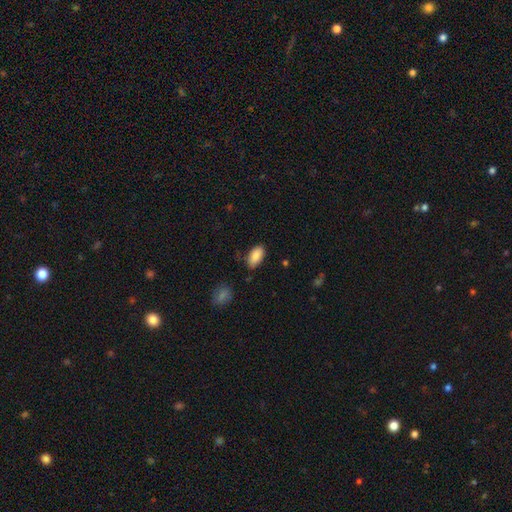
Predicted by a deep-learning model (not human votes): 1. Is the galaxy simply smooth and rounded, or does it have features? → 88% smooth, 7% star or artifact, 5% featured or disk.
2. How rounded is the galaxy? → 94% in between, 4% cigar-shaped, 3% round.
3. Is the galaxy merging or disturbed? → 77% none, 17% minor disturbance, 3% major disturbance, 2% merger.